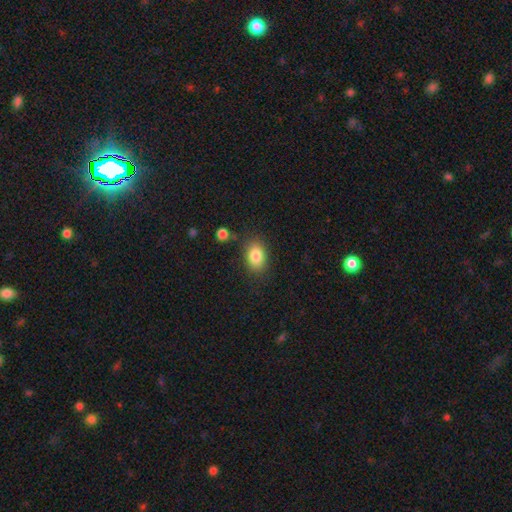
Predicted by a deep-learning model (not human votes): Smooth or featured? smooth (84%)
How rounded? in between (80%)
Merging? none (80%)